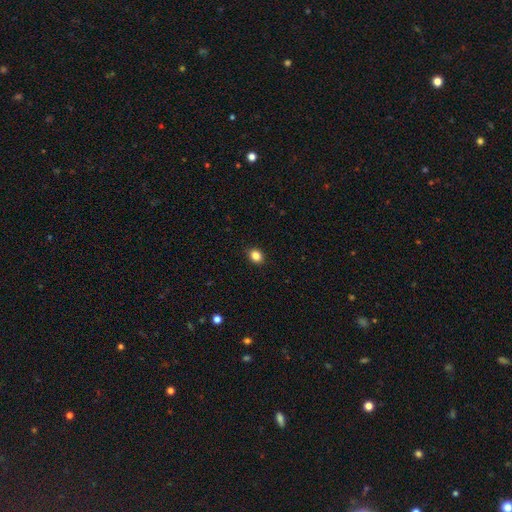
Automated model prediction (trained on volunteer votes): smooth-or-featured: smooth: 86% | star or artifact: 10% | featured or disk: 4%
  how-rounded: round: 55% | in between: 44% | cigar-shaped: 1%
  merging: none: 90% | minor disturbance: 7% | major disturbance: 2% | merger: 1%